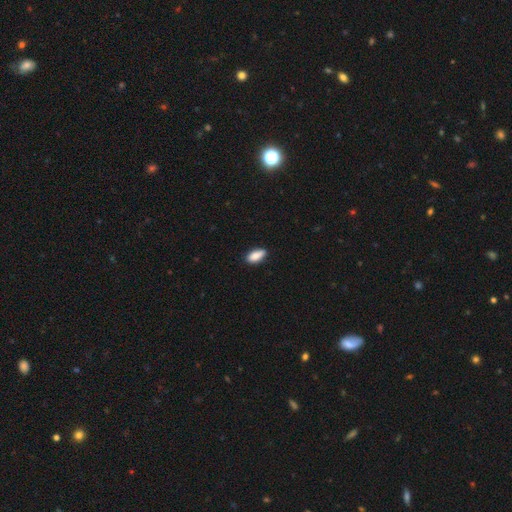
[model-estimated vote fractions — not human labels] A smooth galaxy with no disk features (86%) that is in between round and cigar-shaped (85%). Merging: none (82%).